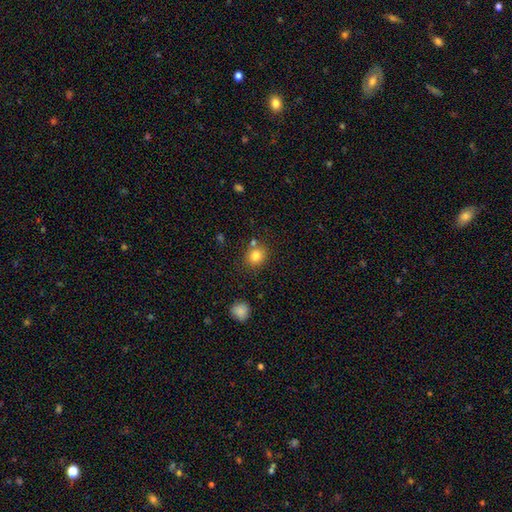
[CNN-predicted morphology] type=smooth (81%); roundness=round (80%); merging=none (76%).